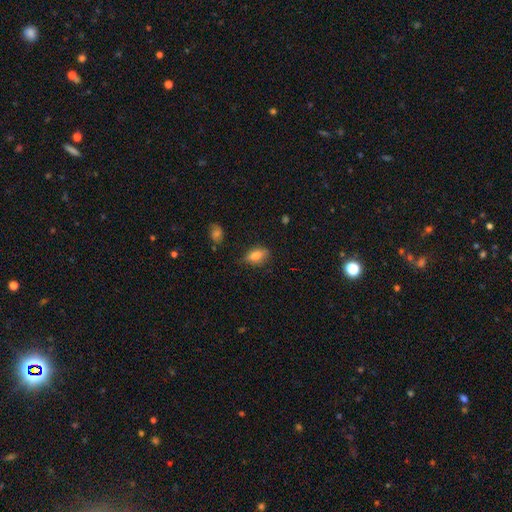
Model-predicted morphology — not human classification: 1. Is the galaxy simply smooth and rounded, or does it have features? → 74% smooth, 18% featured or disk, 9% star or artifact.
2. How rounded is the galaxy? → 83% in between, 9% round, 8% cigar-shaped.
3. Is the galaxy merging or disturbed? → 71% none, 23% minor disturbance, 5% major disturbance, 2% merger.